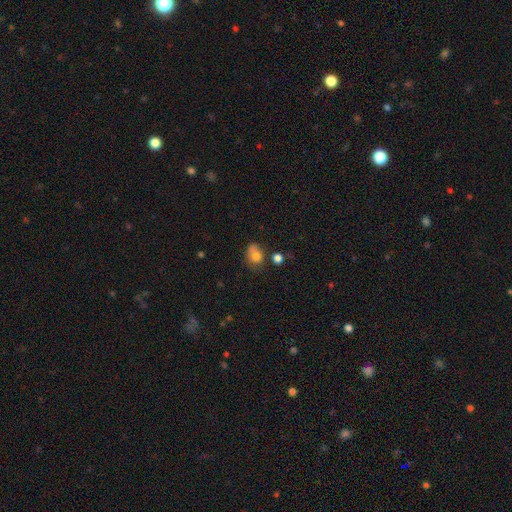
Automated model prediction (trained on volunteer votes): smooth 75%, featured or disk 13%, star or artifact 12%. Down the decision tree: how rounded — in between (50%); merging — none (42%).